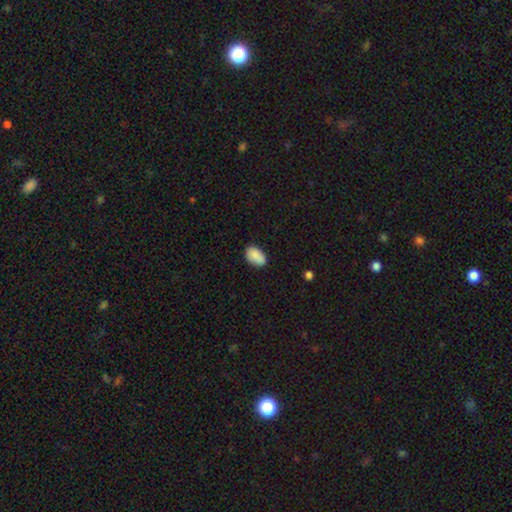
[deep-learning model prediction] Overall: smooth (88%). How rounded: in between (91%). Merging: none (78%).